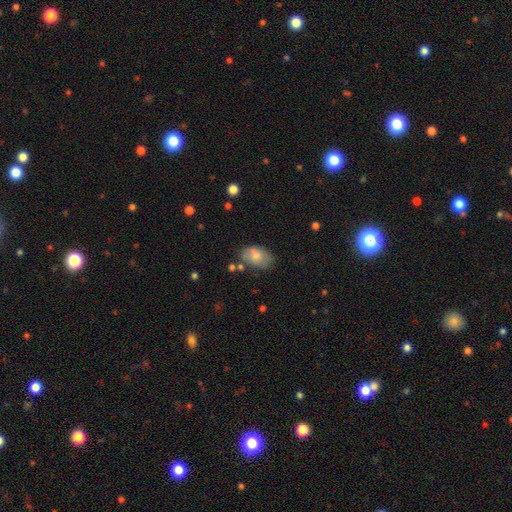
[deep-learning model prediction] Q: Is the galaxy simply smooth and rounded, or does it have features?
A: smooth — 75%.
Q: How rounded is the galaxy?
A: in between — 89%.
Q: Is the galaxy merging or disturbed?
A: none — 59%.